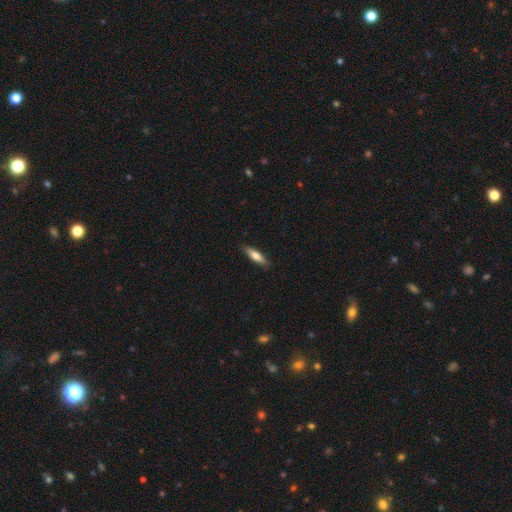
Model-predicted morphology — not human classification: Smooth or featured: smooth — 69% (featured or disk — 25%)
How rounded: cigar-shaped — 71% (in between — 27%)
Merging: none — 86% (minor disturbance — 11%)